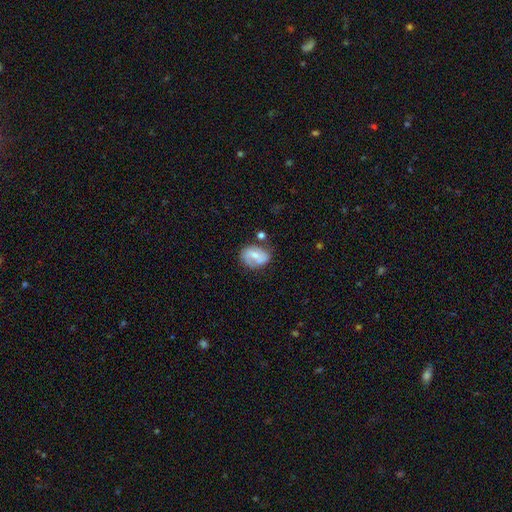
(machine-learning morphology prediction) featured or disk 54%, smooth 38%, star or artifact 8%. Down the decision tree: edge-on disk — no (97%); bar — weak (42%); spiral arms — yes (74%); bulge size — moderate (53%); merging — none (59%).